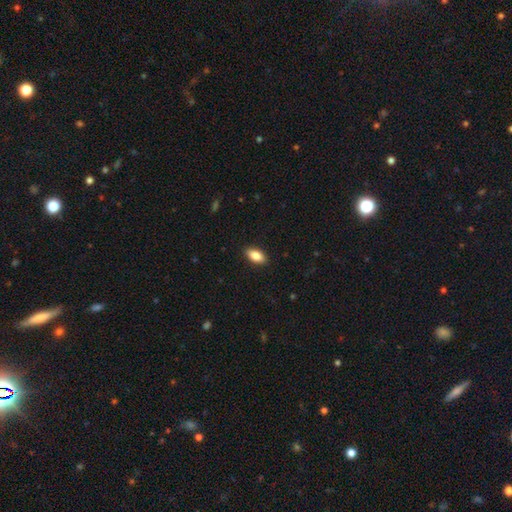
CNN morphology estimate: Smooth or featured?
  - smooth: 84% *
  - featured or disk: 9%
  - star or artifact: 7%
How rounded?
  - in between: 90% *
  - cigar-shaped: 6%
  - round: 3%
Merging?
  - none: 90% *
  - minor disturbance: 8%
  - major disturbance: 2%
  - merger: 1%